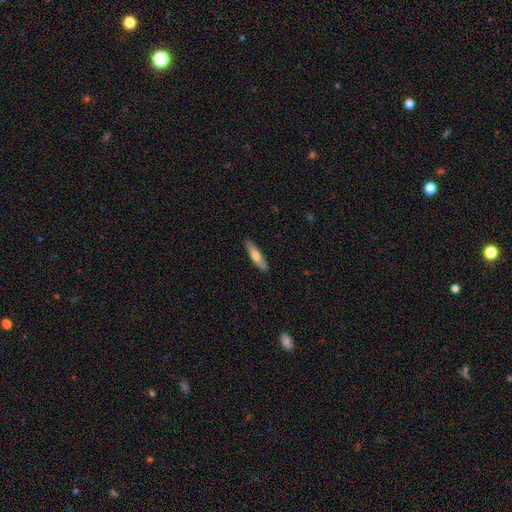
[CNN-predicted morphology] type=smooth (65%); roundness=cigar-shaped (72%); merging=none (86%).